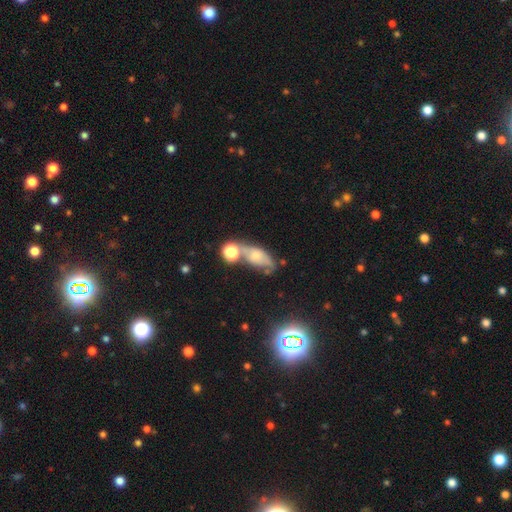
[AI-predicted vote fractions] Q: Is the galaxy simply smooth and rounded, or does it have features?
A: smooth — 51%.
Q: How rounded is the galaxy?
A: in between — 71%.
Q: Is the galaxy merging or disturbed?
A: none — 38%.